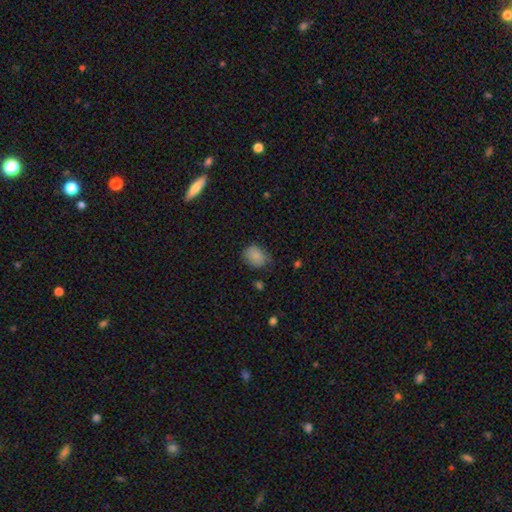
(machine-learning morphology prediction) A smooth galaxy with no disk features (85%) that is in between round and cigar-shaped (63%).

Vote fractions:
- Smooth or featured? smooth: 85% / star or artifact: 9% / featured or disk: 6%
- How rounded? in between: 63% / round: 36% / cigar-shaped: 1%
- Merging? none: 67% / minor disturbance: 26% / major disturbance: 6% / merger: 2%